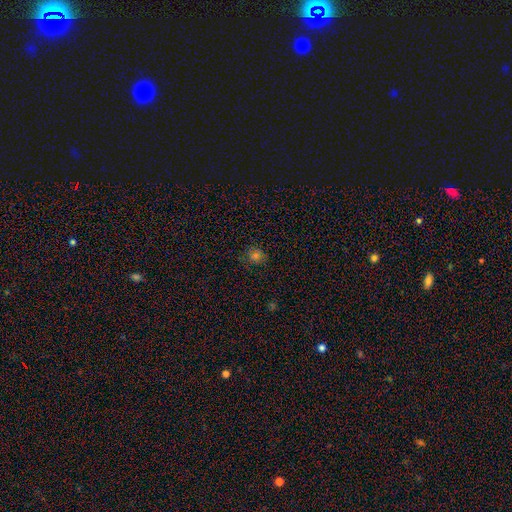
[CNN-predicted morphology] Q: Smooth or featured?
A: smooth (73%); runner-up: star or artifact (20%)
Q: How rounded?
A: round (85%); runner-up: in between (14%)
Q: Merging?
A: none (84%); runner-up: minor disturbance (12%)